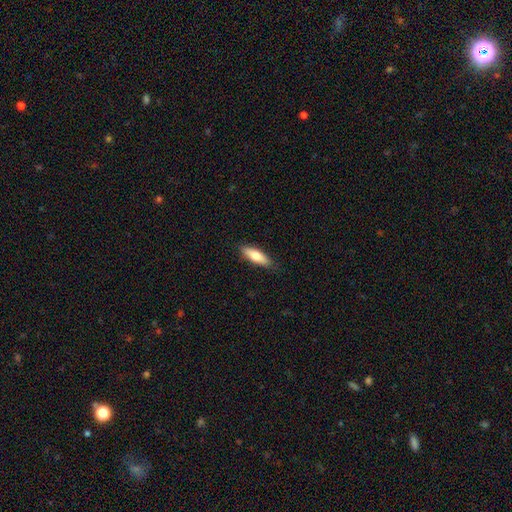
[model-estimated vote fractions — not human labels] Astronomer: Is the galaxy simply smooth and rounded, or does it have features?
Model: smooth — 73%.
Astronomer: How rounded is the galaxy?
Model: in between — 51% (runner-up: cigar-shaped, 47%).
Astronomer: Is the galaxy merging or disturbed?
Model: none — 86%.